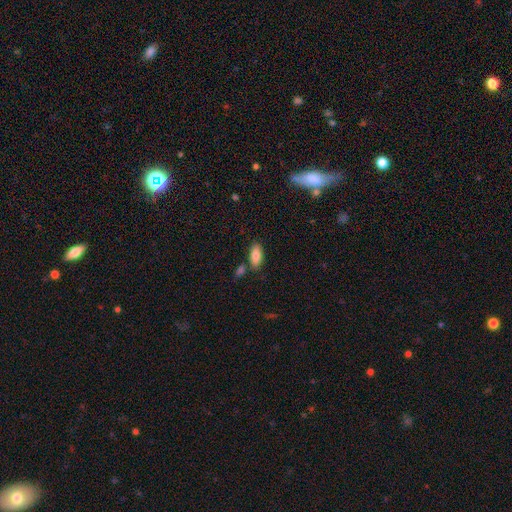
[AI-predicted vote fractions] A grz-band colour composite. It shows a smooth galaxy with no disk features (84%) that is in between round and cigar-shaped (90%). Merging: none (76%).